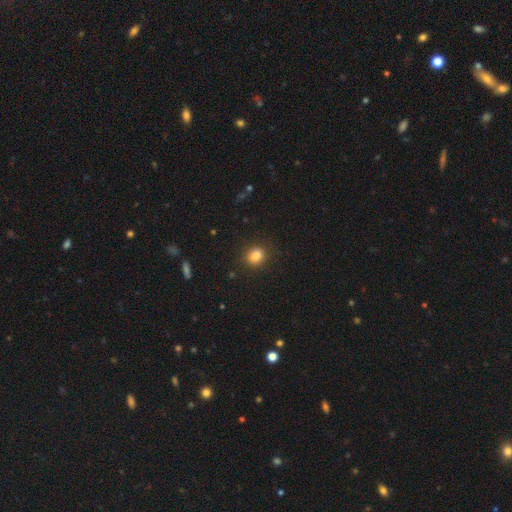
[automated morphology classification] The model was most divided on "how rounded": round: 66%, in between: 33%, cigar-shaped: 1%. More confident: merging — none (85%); smooth or featured — smooth (84%).